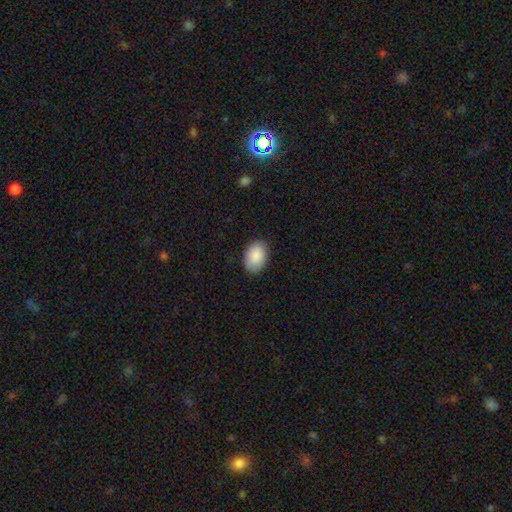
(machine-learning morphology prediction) type=smooth (89%); roundness=in between (84%); merging=none (85%).